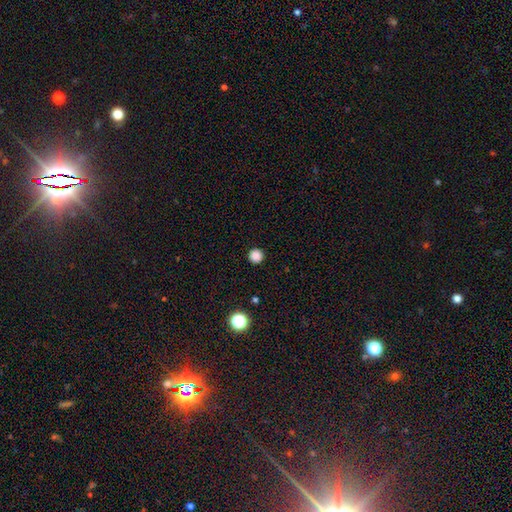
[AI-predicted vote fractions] Q: Smooth or featured?
A: smooth (86%); runner-up: star or artifact (11%)
Q: How rounded?
A: round (97%); runner-up: in between (2%)
Q: Merging?
A: none (93%); runner-up: minor disturbance (4%)